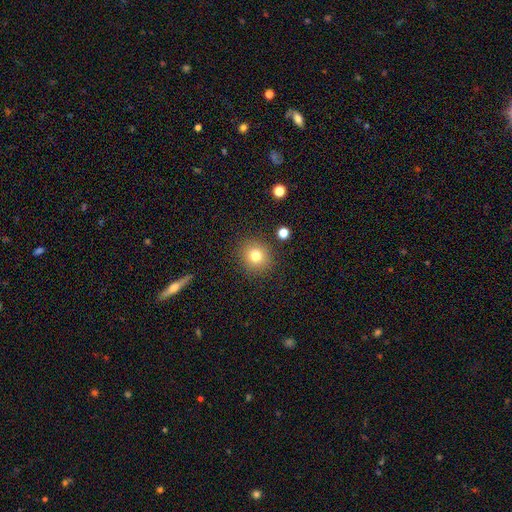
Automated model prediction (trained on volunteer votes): smooth-or-featured: smooth: 78% | star or artifact: 13% | featured or disk: 9%
  how-rounded: round: 89% | in between: 10% | cigar-shaped: 1%
  merging: none: 88% | minor disturbance: 7% | major disturbance: 3% | merger: 2%